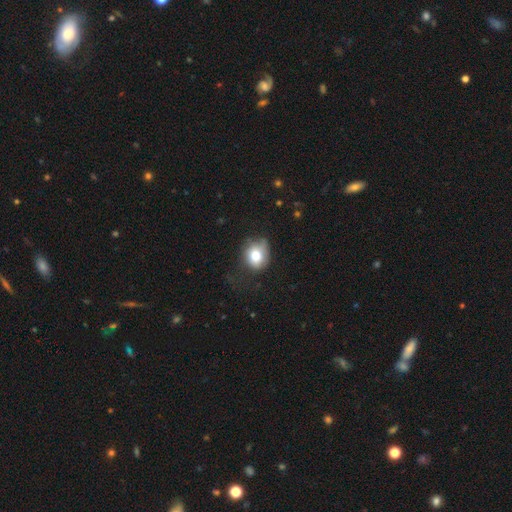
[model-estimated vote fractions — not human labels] smooth 76%, featured or disk 14%, star or artifact 10%. Down the decision tree: how rounded — round (63%); merging — none (50%).